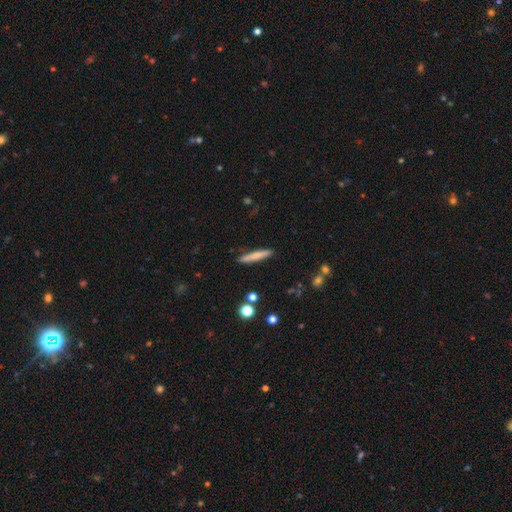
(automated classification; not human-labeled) The model was most divided on "smooth or featured": smooth: 70%, featured or disk: 23%, star or artifact: 7%. More confident: how rounded — cigar-shaped (93%); merging — none (89%).